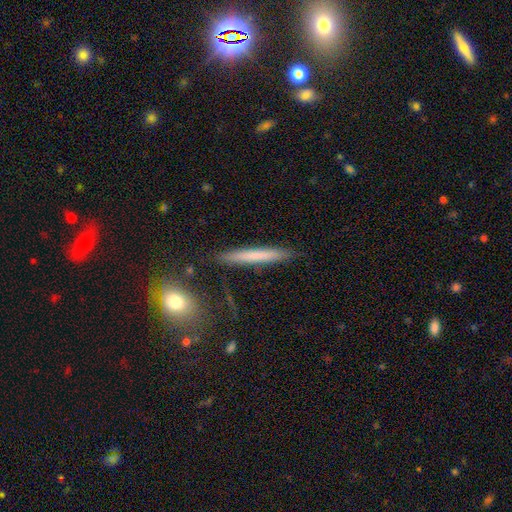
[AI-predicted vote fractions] Morphology: type=smooth (66%); roundness=cigar-shaped (96%); merging=none (89%).